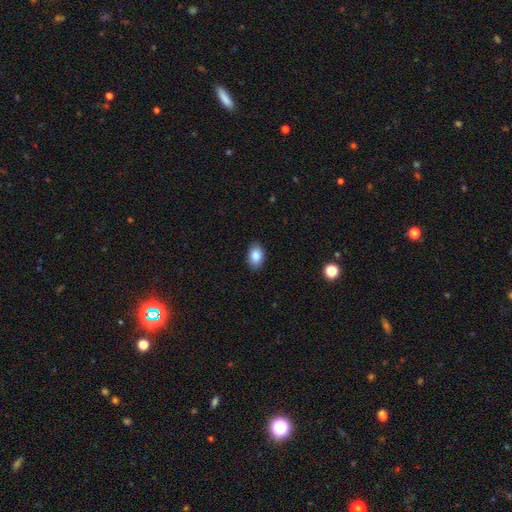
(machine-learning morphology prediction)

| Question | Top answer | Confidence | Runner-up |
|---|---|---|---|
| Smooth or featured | smooth | 87% | star or artifact (8%) |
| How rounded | in between | 85% | round (13%) |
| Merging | none | 87% | minor disturbance (10%) |